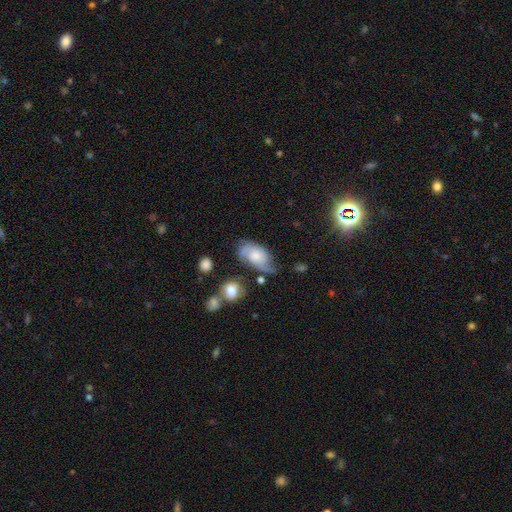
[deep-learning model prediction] Morphology: type=featured or disk (58%); edge-on=no (95%); bar=no (73%); spiral arms=yes (88%); bulge=moderate (43%); merging=none (49%).